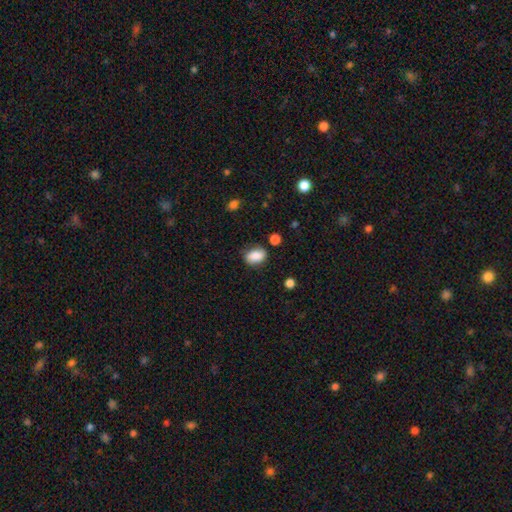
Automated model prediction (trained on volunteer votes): Overall: smooth (83%). How rounded: in between (85%). Merging: none (72%).